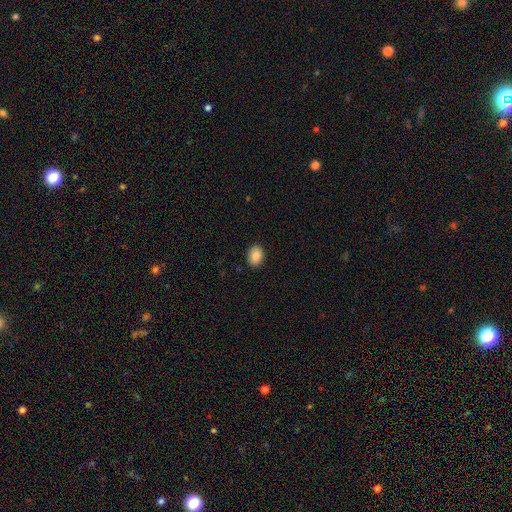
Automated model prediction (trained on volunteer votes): smooth_or_featured: smooth (p=0.86) [alt: star or artifact p=0.08]
how_rounded: in between (p=0.60) [alt: round p=0.40]
merging: none (p=0.90) [alt: minor disturbance p=0.07]